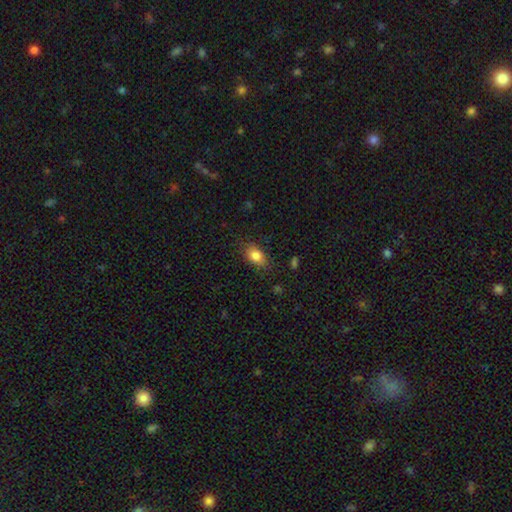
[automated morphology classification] This is clearly a smooth galaxy (83%). How rounded: clearly in between (84%). Merging: likely none (80%).